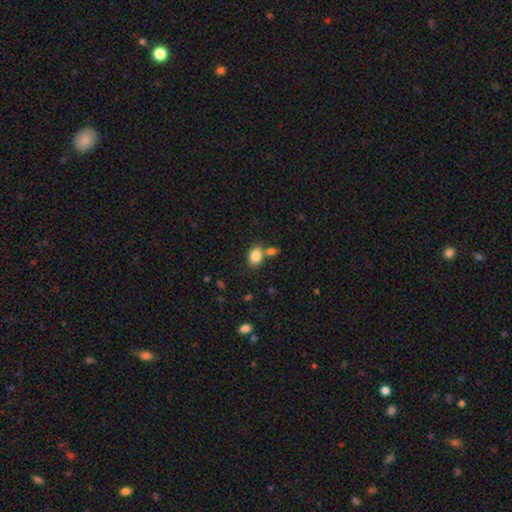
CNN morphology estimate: smooth-or-featured: smooth: 84% | star or artifact: 9% | featured or disk: 7%
  how-rounded: in between: 69% | round: 30% | cigar-shaped: 1%
  merging: none: 55% | merger: 29% | minor disturbance: 12% | major disturbance: 4%